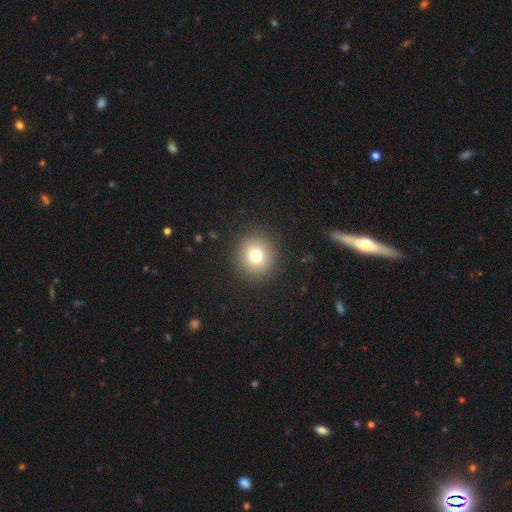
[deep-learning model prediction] Q: Smooth or featured?
A: smooth (77%); runner-up: star or artifact (13%)
Q: How rounded?
A: round (92%); runner-up: in between (7%)
Q: Merging?
A: none (91%); runner-up: minor disturbance (5%)